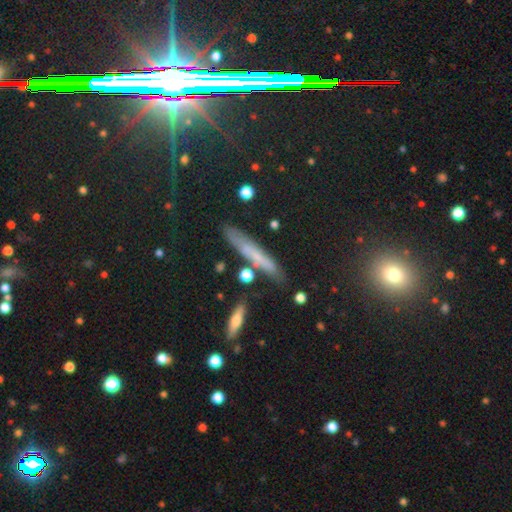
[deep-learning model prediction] Smooth or featured? smooth (54%)
How rounded? cigar-shaped (84%)
Merging? none (79%)